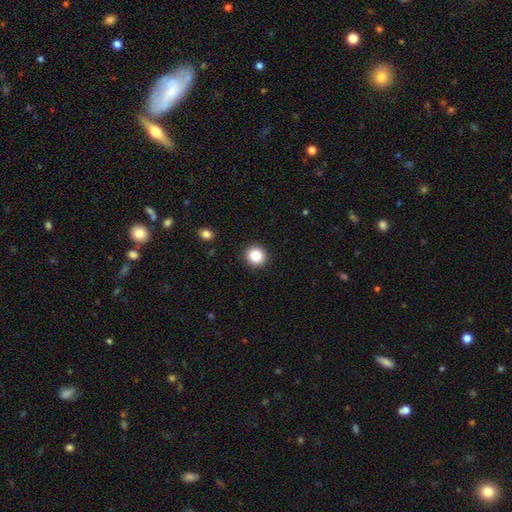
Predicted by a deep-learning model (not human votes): Smooth or featured? smooth (85%)
How rounded? round (91%)
Merging? none (92%)